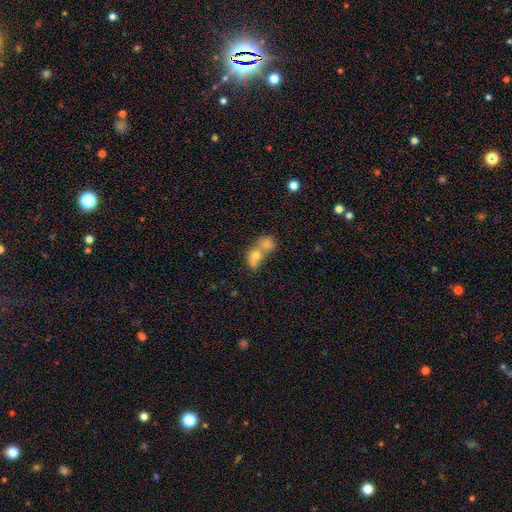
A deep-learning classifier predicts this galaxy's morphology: smooth_or_featured: smooth (p=0.68) [alt: featured or disk p=0.20]
how_rounded: round (p=0.55) [alt: in between p=0.43]
merging: merger (p=0.74) [alt: none p=0.16]